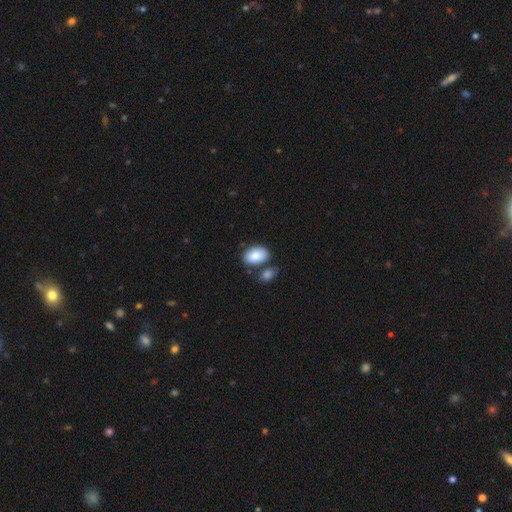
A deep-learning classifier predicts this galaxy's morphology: Smooth or featured?
  - smooth: 86% *
  - featured or disk: 8%
  - star or artifact: 6%
How rounded?
  - in between: 91% *
  - round: 8%
  - cigar-shaped: 1%
Merging?
  - none: 61% *
  - merger: 20%
  - minor disturbance: 15%
  - major disturbance: 5%